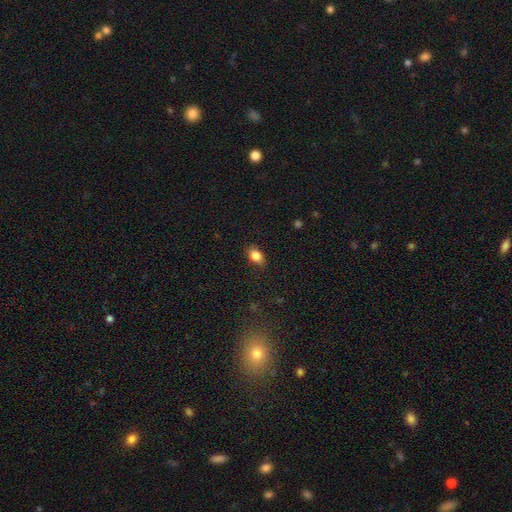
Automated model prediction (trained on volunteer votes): smooth 85%, star or artifact 9%, featured or disk 6%. Down the decision tree: how rounded — in between (82%); merging — none (80%).